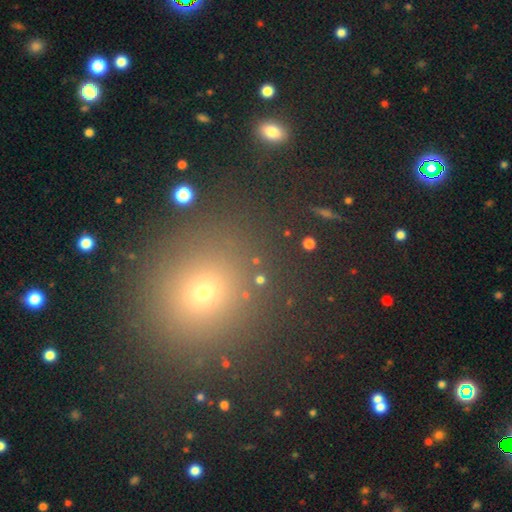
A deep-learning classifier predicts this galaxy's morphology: smooth_or_featured: smooth (p=0.60) [alt: star or artifact p=0.32]
how_rounded: round (p=0.80) [alt: in between p=0.18]
merging: none (p=0.87) [alt: minor disturbance p=0.07]